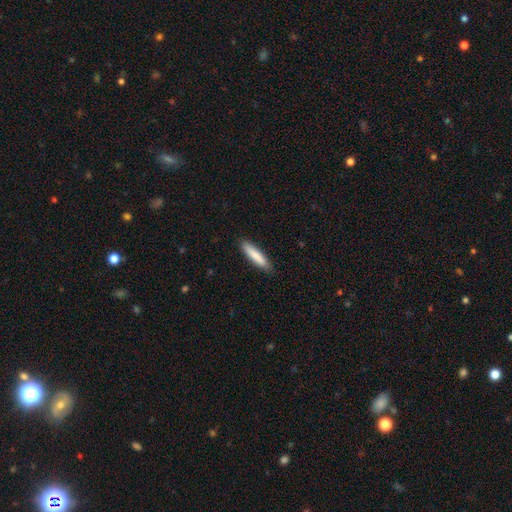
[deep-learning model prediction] smooth_or_featured: smooth (p=0.84) [alt: featured or disk p=0.11]
how_rounded: cigar-shaped (p=0.82) [alt: in between p=0.17]
merging: none (p=0.87) [alt: minor disturbance p=0.10]